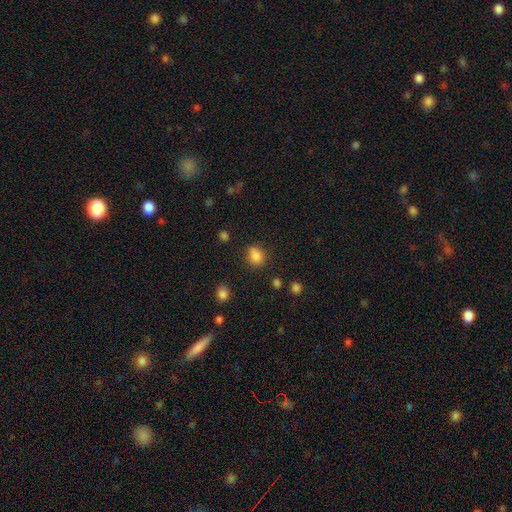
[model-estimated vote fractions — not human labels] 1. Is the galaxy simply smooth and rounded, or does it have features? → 83% smooth, 12% star or artifact, 5% featured or disk.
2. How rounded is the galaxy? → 54% round, 45% in between, 1% cigar-shaped.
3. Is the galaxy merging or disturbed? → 70% none, 17% minor disturbance, 8% merger, 5% major disturbance.